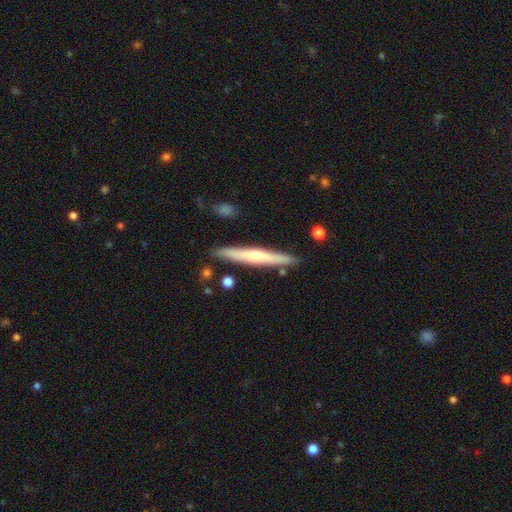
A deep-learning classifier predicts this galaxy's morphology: Smooth or featured?
  - featured or disk: 50% *
  - smooth: 44%
  - star or artifact: 5%
Edge-on disk?
  - yes: 95% *
  - no: 5%
Merging?
  - none: 87% *
  - minor disturbance: 9%
  - merger: 2%
  - major disturbance: 2%